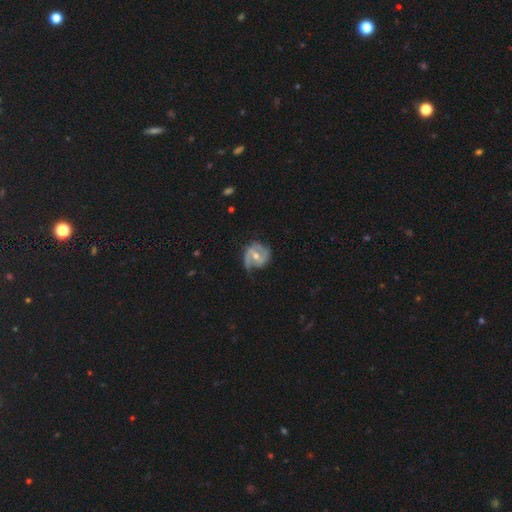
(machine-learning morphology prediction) Q: Smooth or featured?
A: featured or disk (80%); runner-up: smooth (14%)
Q: Edge-on disk?
A: no (98%); runner-up: yes (2%)
Q: Bar?
A: weak (48%); runner-up: no (28%)
Q: Spiral arms?
A: yes (91%); runner-up: no (9%)
Q: Spiral winding?
A: medium (44%); runner-up: tight (32%)
Q: Spiral arm count?
A: 2 (67%); runner-up: 1 (14%)
Q: Bulge size?
A: moderate (61%); runner-up: small (36%)
Q: Merging?
A: none (60%); runner-up: minor disturbance (26%)